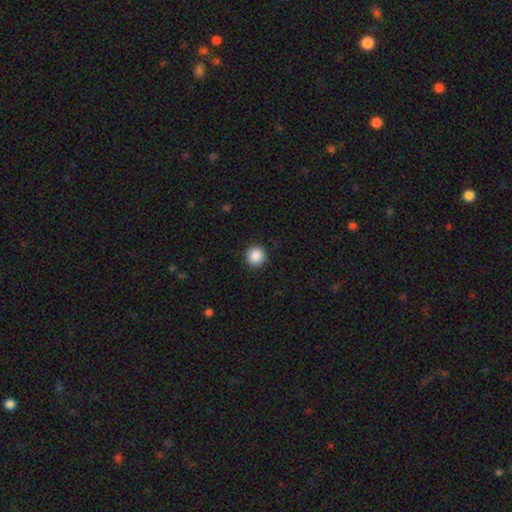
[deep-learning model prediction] smooth 88%, star or artifact 9%, featured or disk 3%. Down the decision tree: how rounded — round (94%); merging — none (91%).